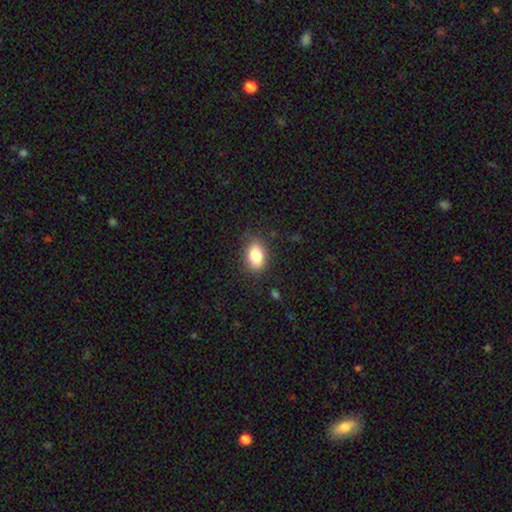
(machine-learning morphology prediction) A smooth galaxy with no disk features (83%) that is in between round and cigar-shaped (81%).

Vote fractions:
- Smooth or featured? smooth: 83% / star or artifact: 9% / featured or disk: 9%
- How rounded? in between: 81% / round: 18% / cigar-shaped: 2%
- Merging? none: 83% / minor disturbance: 12% / major disturbance: 3% / merger: 1%